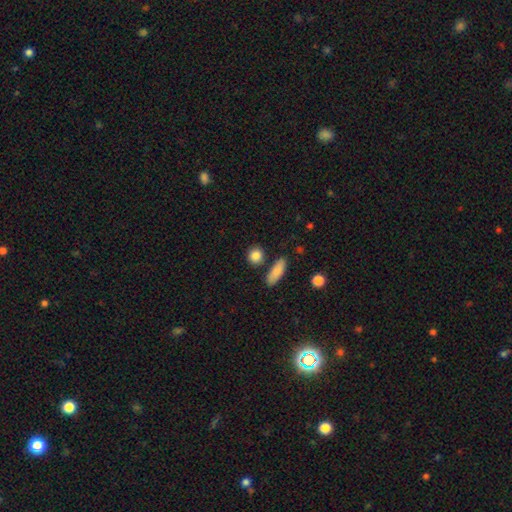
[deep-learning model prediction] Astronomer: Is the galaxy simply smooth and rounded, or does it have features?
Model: smooth — 86%.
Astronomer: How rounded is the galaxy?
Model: round — 75%.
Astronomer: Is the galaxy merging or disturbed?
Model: none — 80%.